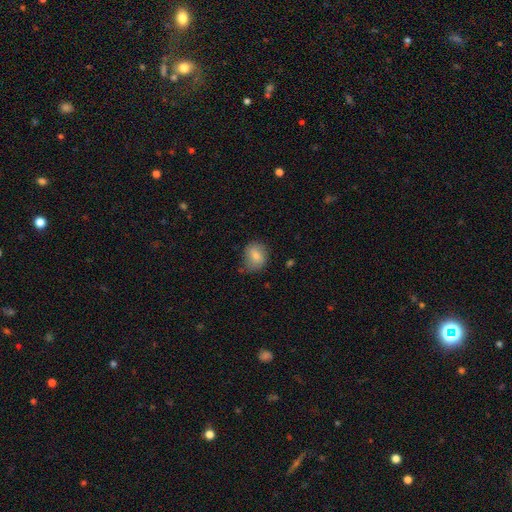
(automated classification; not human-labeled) Smooth or featured?
  - smooth: 79% *
  - featured or disk: 13%
  - star or artifact: 8%
How rounded?
  - in between: 50% *
  - round: 49%
  - cigar-shaped: 1%
Merging?
  - none: 63% *
  - minor disturbance: 28%
  - major disturbance: 7%
  - merger: 2%